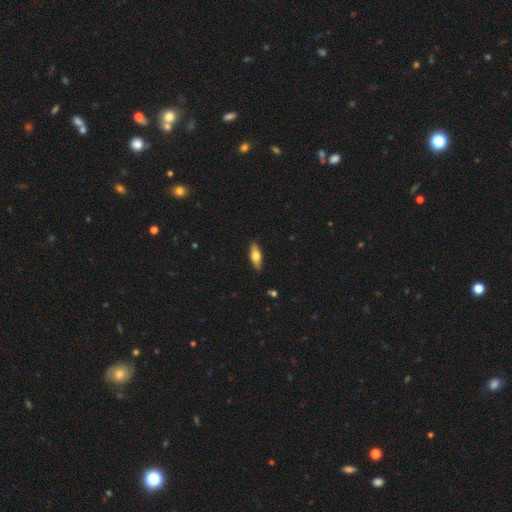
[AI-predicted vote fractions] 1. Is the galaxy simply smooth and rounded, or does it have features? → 58% smooth, 36% featured or disk, 6% star or artifact.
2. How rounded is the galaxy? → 63% in between, 34% cigar-shaped, 3% round.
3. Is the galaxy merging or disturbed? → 89% none, 8% minor disturbance, 2% major disturbance, 1% merger.